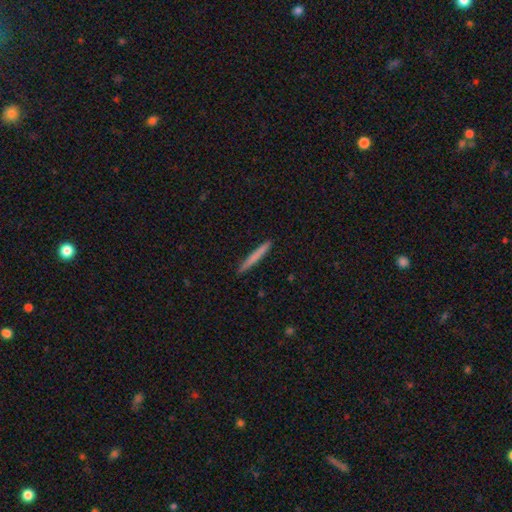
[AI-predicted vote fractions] The model was most divided on "smooth or featured": smooth: 72%, featured or disk: 23%, star or artifact: 6%. More confident: how rounded — cigar-shaped (97%); merging — none (92%).